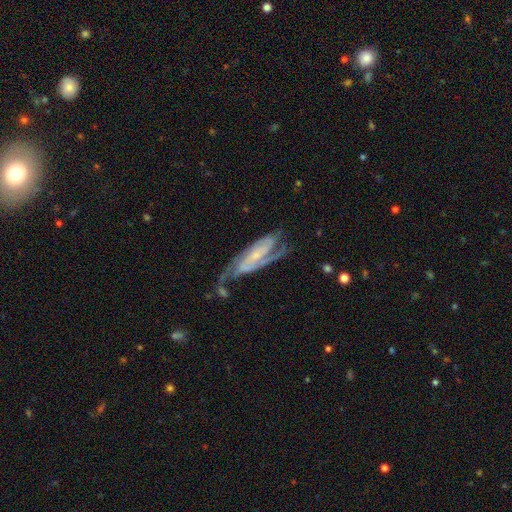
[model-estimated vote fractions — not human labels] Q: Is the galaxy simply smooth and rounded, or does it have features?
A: featured or disk — 88%.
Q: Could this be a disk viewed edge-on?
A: no — 92%.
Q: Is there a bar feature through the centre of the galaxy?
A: no — 37%.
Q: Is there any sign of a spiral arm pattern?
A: yes — 97%.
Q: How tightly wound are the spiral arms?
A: medium — 44%, tied with tight.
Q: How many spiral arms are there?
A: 2 — 79%.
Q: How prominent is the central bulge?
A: small — 71%.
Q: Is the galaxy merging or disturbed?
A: none — 59%.